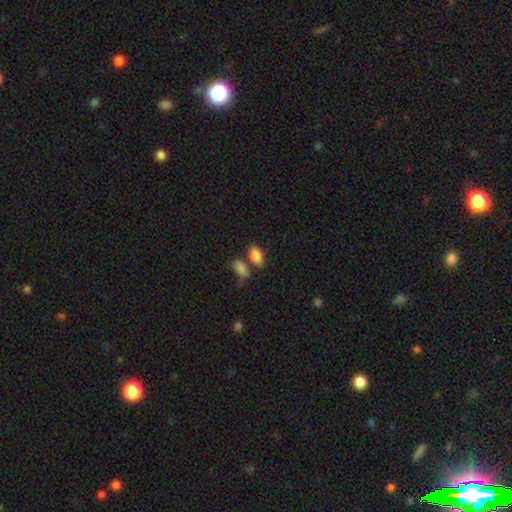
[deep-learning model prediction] Smooth or featured: smooth — 87% (star or artifact — 8%)
How rounded: in between — 91% (round — 6%)
Merging: none — 58% (merger — 25%)